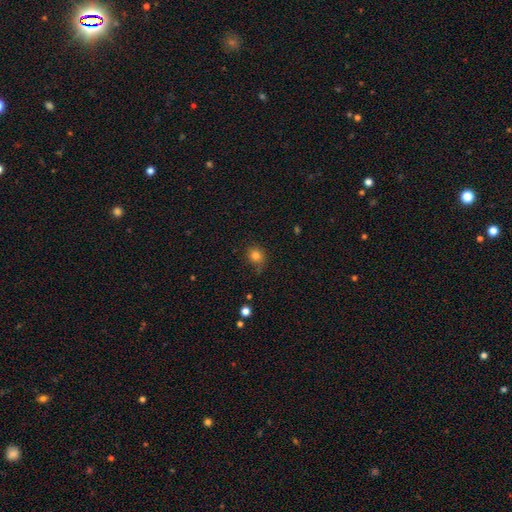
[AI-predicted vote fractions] smooth 81%, star or artifact 13%, featured or disk 6%. Down the decision tree: how rounded — round (77%); merging — none (72%).